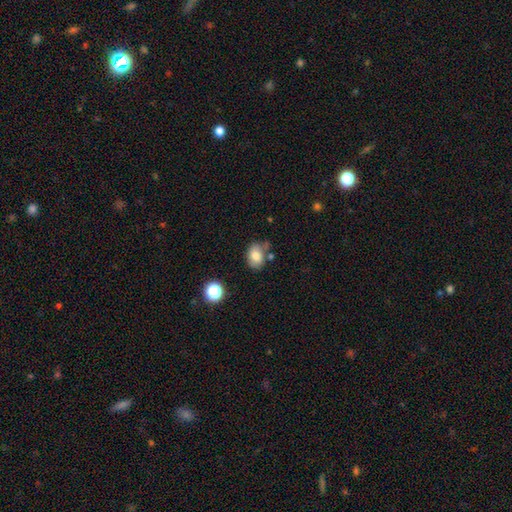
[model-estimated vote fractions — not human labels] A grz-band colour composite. It shows a smooth galaxy with no disk features (79%) that is in between round and cigar-shaped (69%). Merging: none (62%).